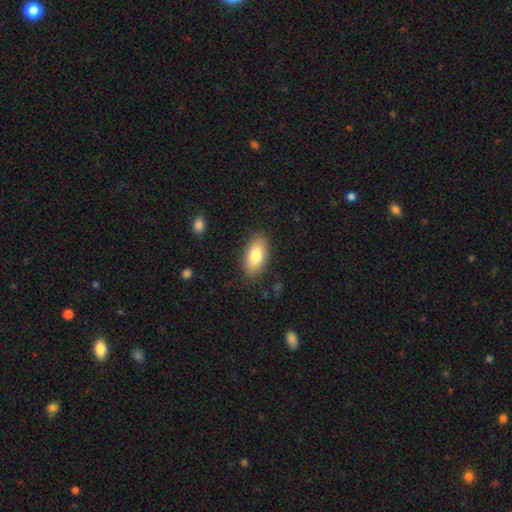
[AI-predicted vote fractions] Morphology: type=smooth (81%); roundness=in between (91%); merging=none (86%).